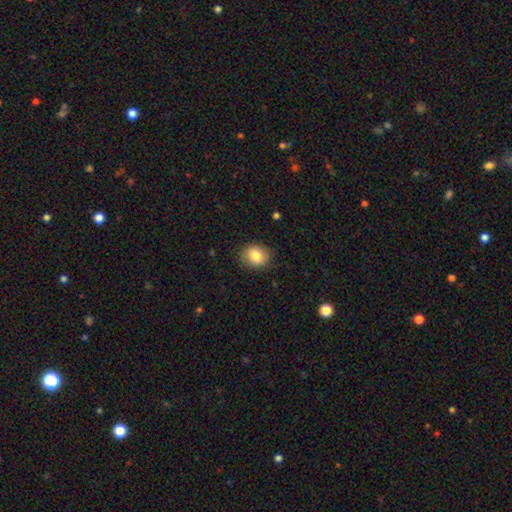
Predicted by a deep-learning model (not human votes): The model was most divided on "how rounded": round: 59%, in between: 40%, cigar-shaped: 1%. More confident: merging — none (84%); smooth or featured — smooth (83%).